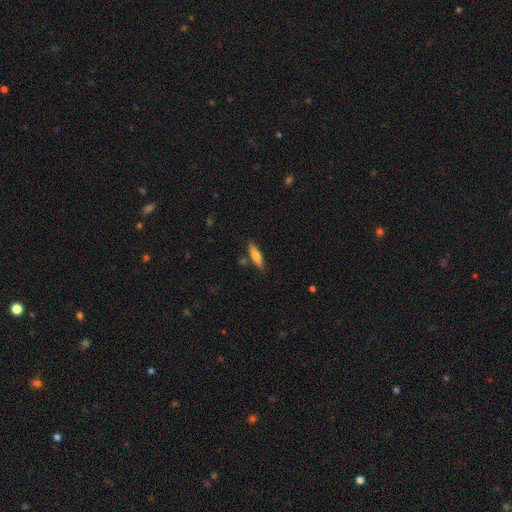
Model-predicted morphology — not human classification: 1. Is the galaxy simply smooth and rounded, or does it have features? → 65% smooth, 29% featured or disk, 6% star or artifact.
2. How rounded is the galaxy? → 68% cigar-shaped, 30% in between, 2% round.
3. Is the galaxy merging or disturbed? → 81% none, 12% minor disturbance, 5% merger, 2% major disturbance.